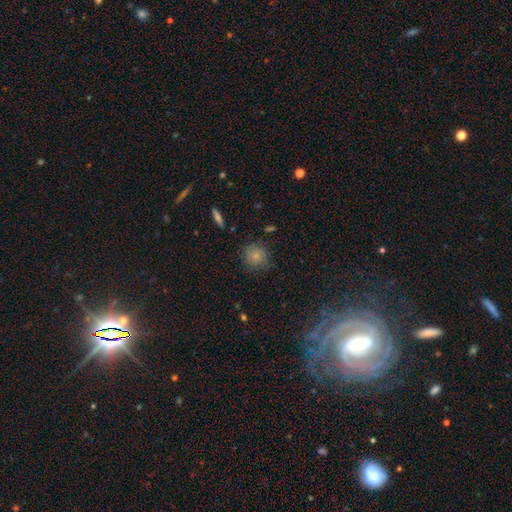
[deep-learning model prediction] smooth-or-featured: smooth: 78% | featured or disk: 12% | star or artifact: 10%
  how-rounded: round: 88% | in between: 11% | cigar-shaped: 1%
  merging: none: 74% | minor disturbance: 19% | major disturbance: 5% | merger: 2%